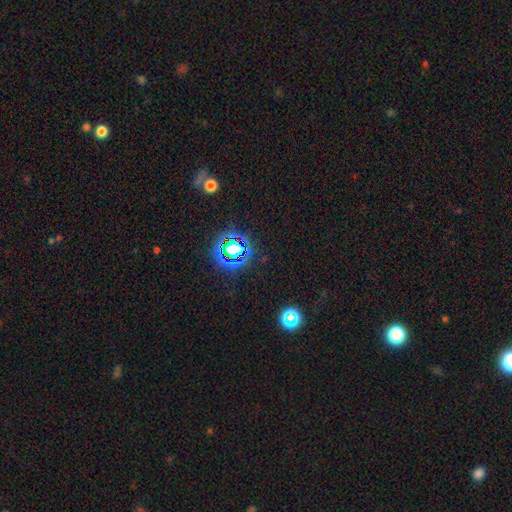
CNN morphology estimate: Smooth or featured: star or artifact — 63% (smooth — 28%)